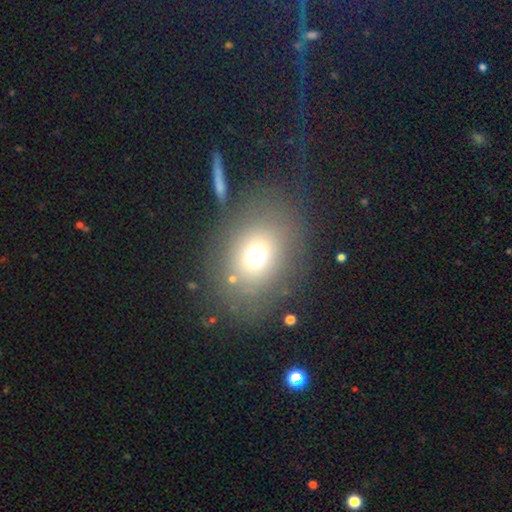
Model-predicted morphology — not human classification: Smooth or featured? Predicted: smooth (p=0.69). How rounded? Predicted: round (p=0.56). Merging? Predicted: none (p=0.74).